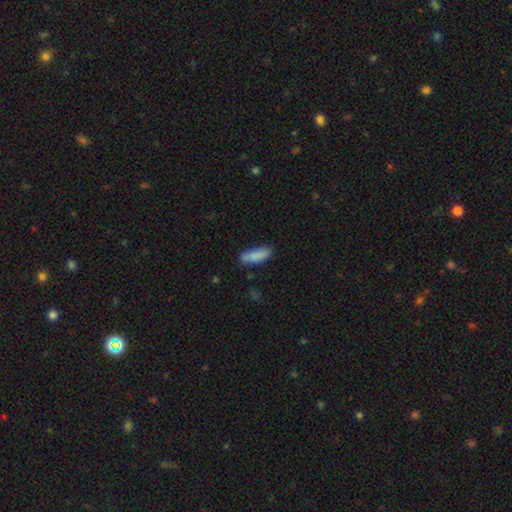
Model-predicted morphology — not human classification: smooth 87%, featured or disk 7%, star or artifact 6%. Down the decision tree: how rounded — in between (51%); merging — none (78%).